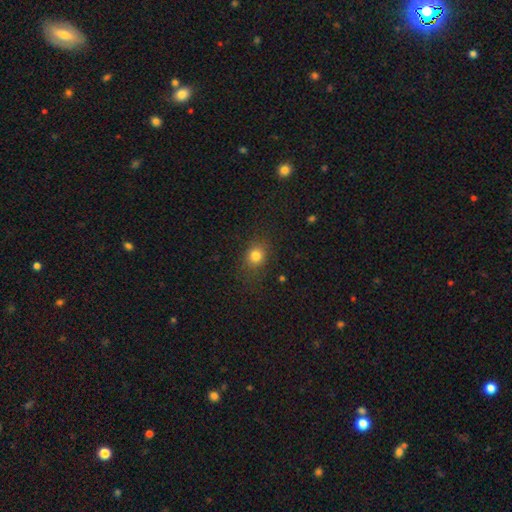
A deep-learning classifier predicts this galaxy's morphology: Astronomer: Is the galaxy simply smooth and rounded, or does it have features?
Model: smooth — 80%.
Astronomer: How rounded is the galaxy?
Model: round — 61% (runner-up: in between, 38%).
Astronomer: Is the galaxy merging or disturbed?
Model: none — 80%.